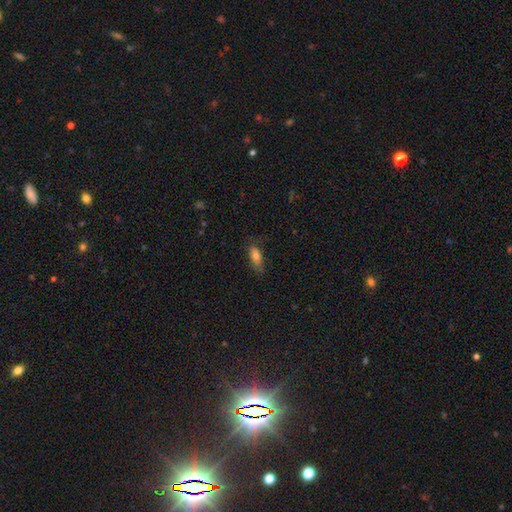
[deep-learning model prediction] A smooth galaxy with no disk features (74%) that is in between round and cigar-shaped (68%).

Vote fractions:
- Smooth or featured? smooth: 74% / featured or disk: 16% / star or artifact: 10%
- How rounded? in between: 68% / cigar-shaped: 29% / round: 3%
- Merging? none: 69% / minor disturbance: 23% / major disturbance: 7% / merger: 1%